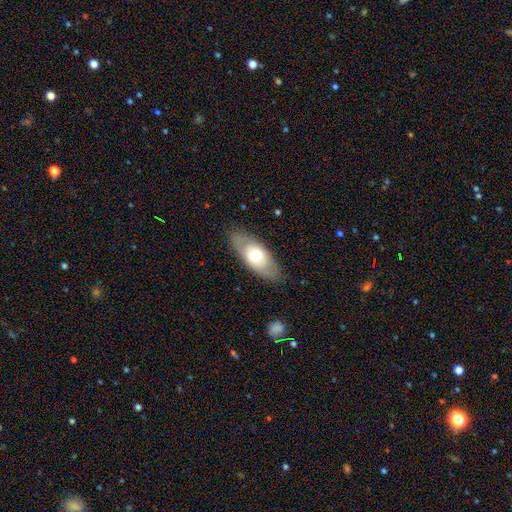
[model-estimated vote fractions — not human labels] Overall: smooth (56%; featured or disk 38%). How rounded: in between (83%). Merging: none (83%).